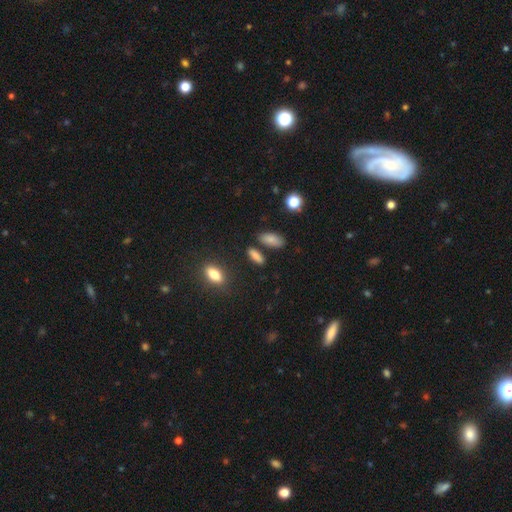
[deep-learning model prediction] A smooth galaxy with no disk features (80%) that is in between round and cigar-shaped (60%). Merging: none (80%).